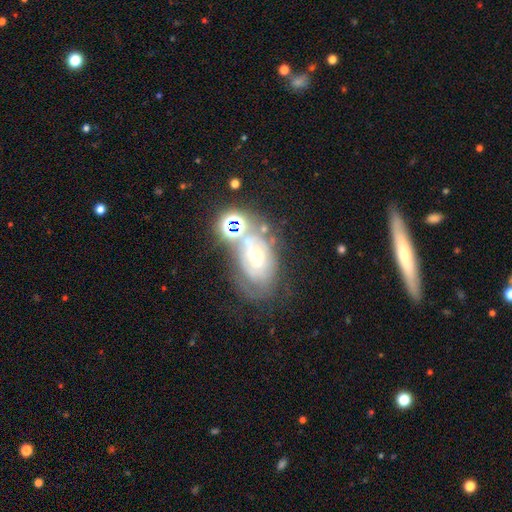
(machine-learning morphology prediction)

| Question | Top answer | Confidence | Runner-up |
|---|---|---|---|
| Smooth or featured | featured or disk | 61% | smooth (22%) |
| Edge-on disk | no | 94% | yes (6%) |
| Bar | no | 71% | weak (22%) |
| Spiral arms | yes | 61% | no (39%) |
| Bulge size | small | 49% | moderate (44%) |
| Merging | none | 42% | minor disturbance (22%) |